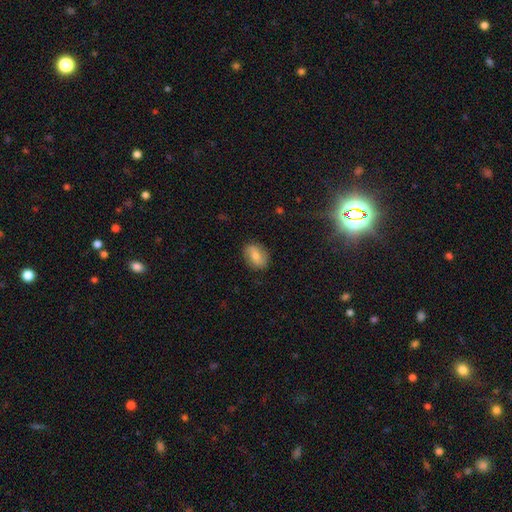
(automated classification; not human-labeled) Smooth or featured? Predicted: smooth (p=0.66). How rounded? Predicted: in between (p=0.75). Merging? Predicted: none (p=0.85).